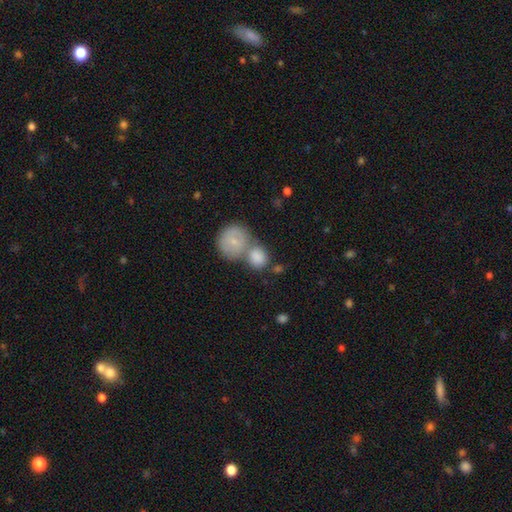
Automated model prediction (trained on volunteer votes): A smooth galaxy with no disk features (64%) that is round (85%). Merging: merger (46%).